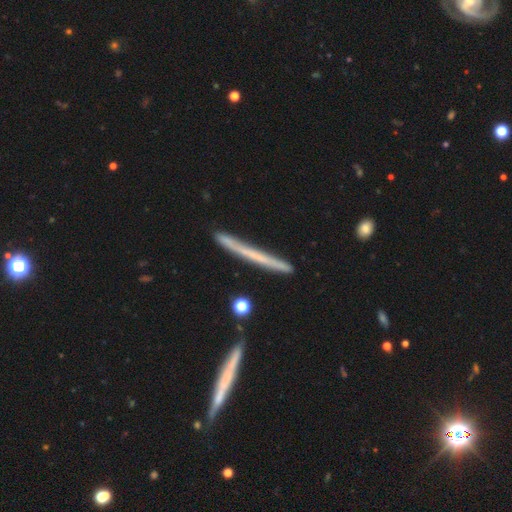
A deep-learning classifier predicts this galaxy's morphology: Smooth or featured? Predicted: featured or disk (p=0.49). Merging? Predicted: none (p=0.84).